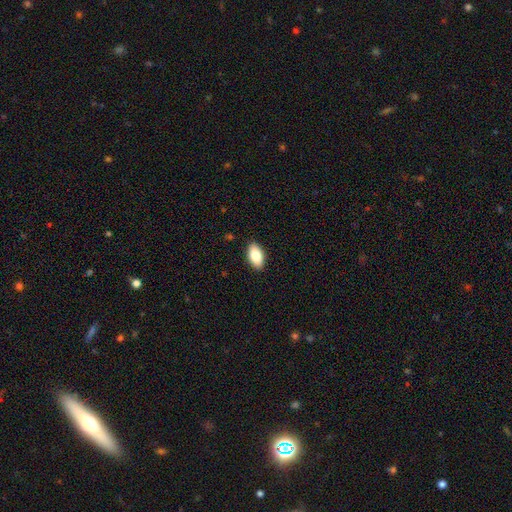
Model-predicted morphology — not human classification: The model was most divided on "smooth or featured": smooth: 84%, featured or disk: 9%, star or artifact: 7%. More confident: how rounded — in between (93%); merging — none (89%).